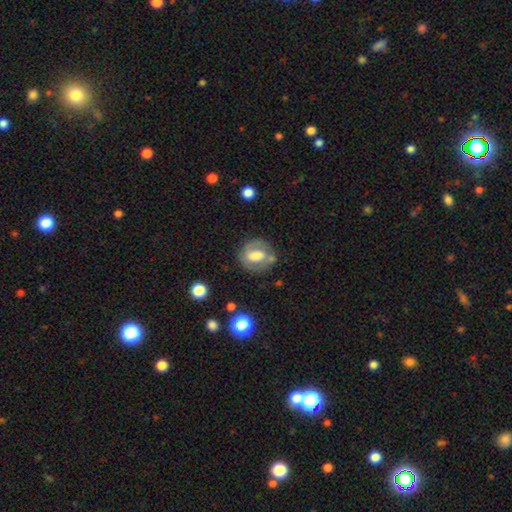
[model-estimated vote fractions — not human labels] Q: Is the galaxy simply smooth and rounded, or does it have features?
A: smooth — 50%.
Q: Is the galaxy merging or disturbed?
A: none — 63%.